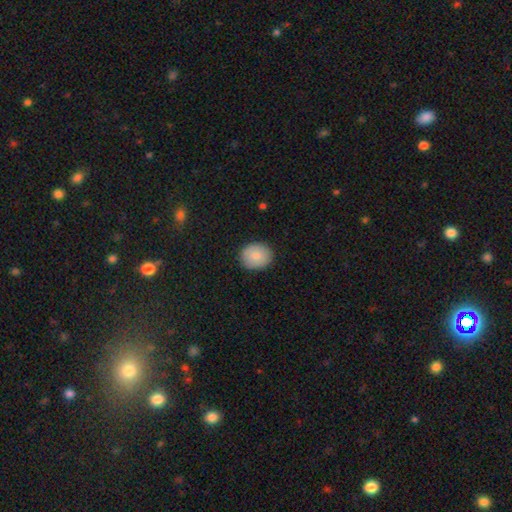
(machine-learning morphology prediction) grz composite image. It shows a smooth galaxy with no disk features (81%) that is round (63%). Merging: none (88%).